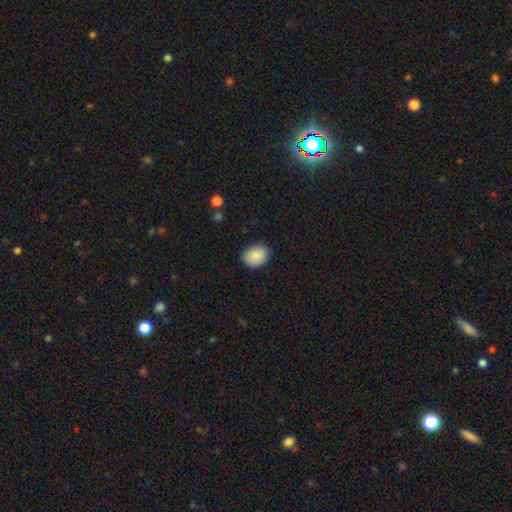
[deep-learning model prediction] smooth_or_featured: smooth (p=0.88) [alt: star or artifact p=0.07]
how_rounded: in between (p=0.56) [alt: round p=0.43]
merging: none (p=0.85) [alt: minor disturbance p=0.11]